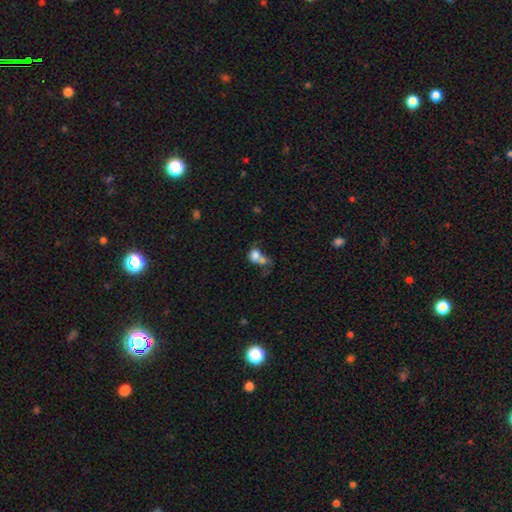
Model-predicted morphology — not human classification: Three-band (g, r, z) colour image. It shows a smooth galaxy with no disk features (71%) that is round (49%, tied with in between). Merging: merger (58%).